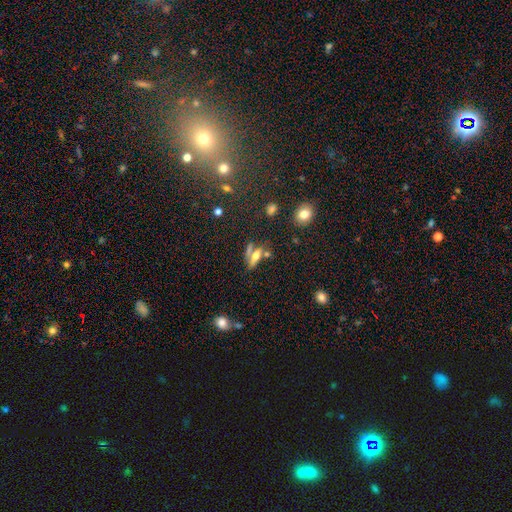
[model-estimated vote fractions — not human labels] smooth_or_featured: smooth (p=0.43) [alt: featured or disk p=0.41]
merging: none (p=0.49) [alt: merger p=0.26]